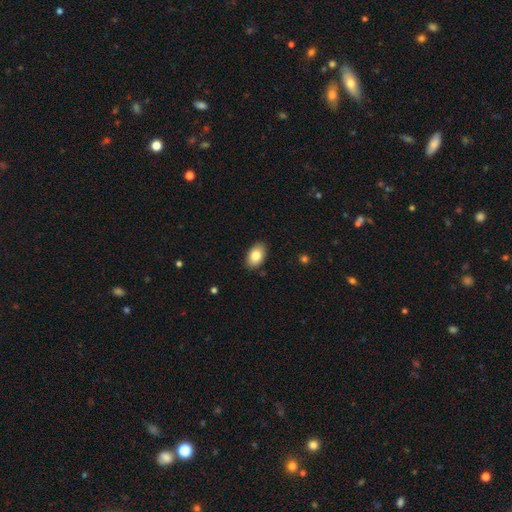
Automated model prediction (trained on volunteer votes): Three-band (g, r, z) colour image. It shows a smooth galaxy with no disk features (85%) that is in between round and cigar-shaped (90%). Merging: none (86%).